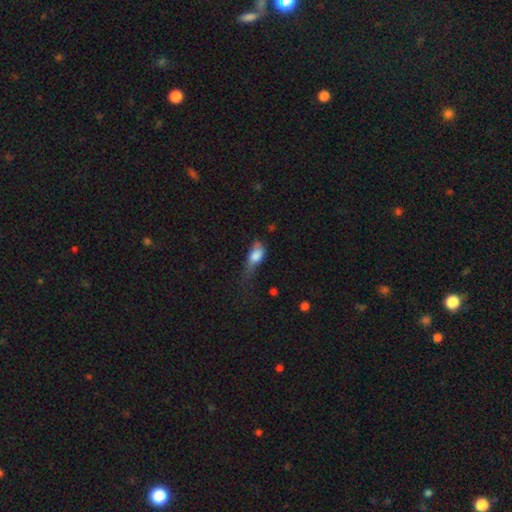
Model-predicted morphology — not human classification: Overall: smooth (74%). How rounded: in between (79%). Merging: major disturbance (39%; minor disturbance 36%).